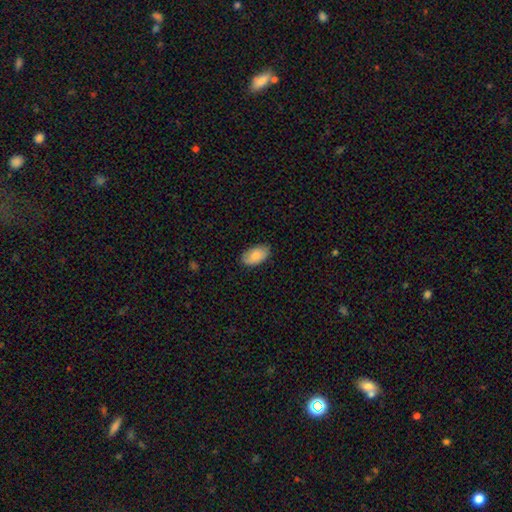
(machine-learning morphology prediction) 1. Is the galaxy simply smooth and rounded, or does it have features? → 85% smooth, 9% featured or disk, 6% star or artifact.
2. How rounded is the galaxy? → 95% in between, 3% round, 2% cigar-shaped.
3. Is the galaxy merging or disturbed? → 82% none, 14% minor disturbance, 2% major disturbance, 1% merger.